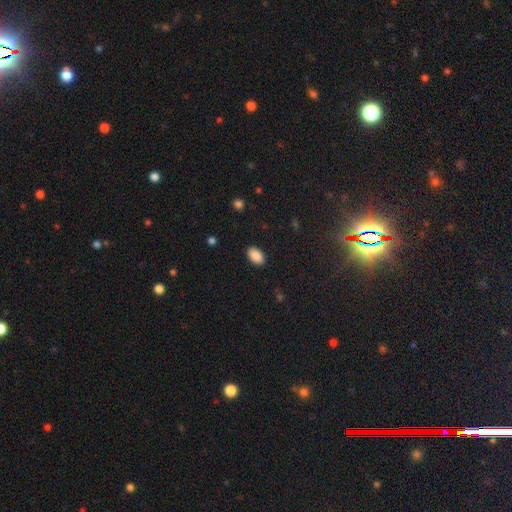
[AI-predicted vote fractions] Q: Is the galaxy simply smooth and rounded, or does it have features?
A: smooth — 89%.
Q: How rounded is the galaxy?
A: in between — 93%.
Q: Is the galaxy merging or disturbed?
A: none — 89%.